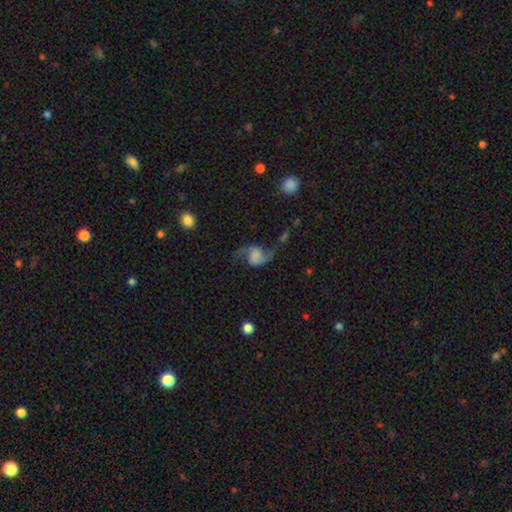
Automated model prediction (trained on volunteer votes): Smooth or featured: featured or disk — 83% (smooth — 11%)
Edge-on disk: no — 98% (yes — 2%)
Bar: no — 56% (weak — 33%)
Spiral arms: yes — 95% (no — 5%)
Spiral winding: loose — 78% (medium — 18%)
Spiral arm count: 2 — 93% (1 — 3%)
Bulge size: none — 51% (large — 17%)
Merging: none — 63% (minor disturbance — 17%)